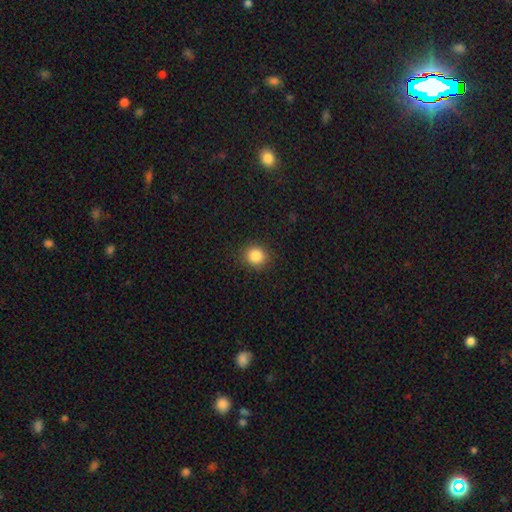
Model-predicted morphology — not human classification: smooth_or_featured: smooth (p=0.86) [alt: star or artifact p=0.10]
how_rounded: round (p=0.82) [alt: in between p=0.17]
merging: none (p=0.90) [alt: minor disturbance p=0.07]